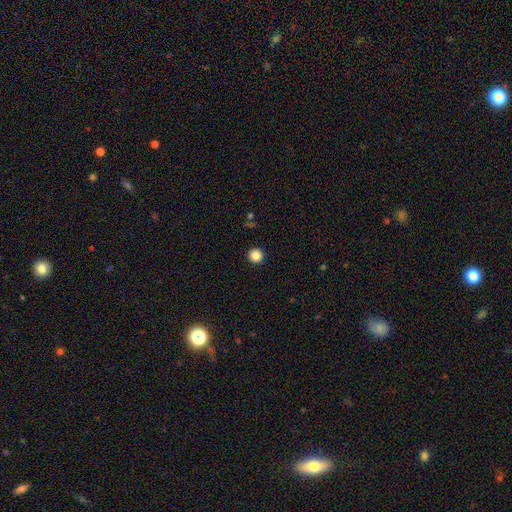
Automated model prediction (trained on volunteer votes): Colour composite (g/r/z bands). It shows a smooth galaxy with no disk features (85%) that is round (96%). Merging: none (93%).